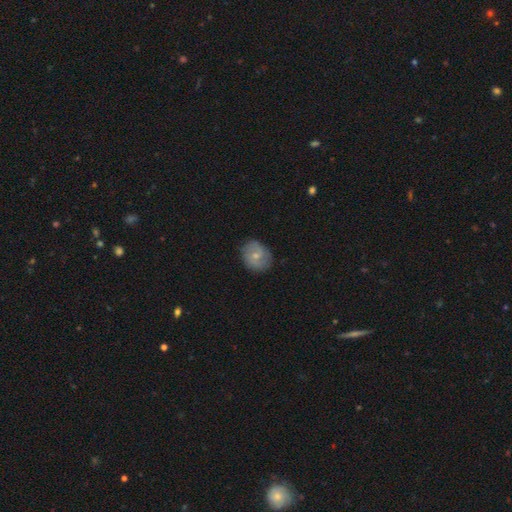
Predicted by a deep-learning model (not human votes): Smooth or featured? Predicted: featured or disk (p=0.47). Merging? Predicted: none (p=0.80).